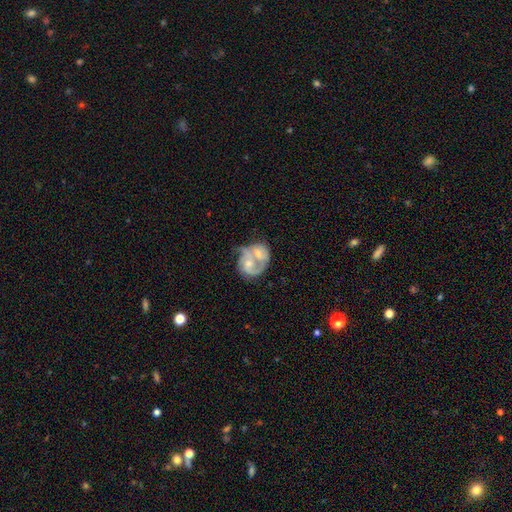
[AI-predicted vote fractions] A featured or disk galaxy (71%) with no bar (63%), 2 (61%) medium (46%) spiral arms (81%) and a moderate central bulge (51%).

Vote fractions:
- Smooth or featured? featured or disk: 71% / smooth: 23% / star or artifact: 6%
- Edge-on disk? no: 98% / yes: 2%
- Bar? no: 63% / weak: 30% / strong: 7%
- Spiral arms? yes: 81% / no: 19%
- Spiral winding? medium: 46% / tight: 34% / loose: 21%
- Spiral arm count? 2: 61% / 1: 17% / can't tell: 15% / 3: 5% / 4: 2% / more than 4: 2%
- Bulge size? moderate: 51% / small: 40% / none: 4% / large: 3% / dominant: 1%
- Merging? merger: 68% / none: 17% / minor disturbance: 8% / major disturbance: 7%